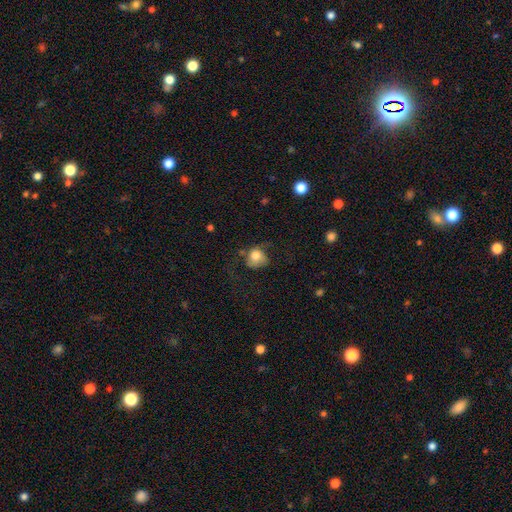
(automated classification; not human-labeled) A smooth galaxy with no disk features (72%) that is round (66%).

Vote fractions:
- Smooth or featured? smooth: 72% / featured or disk: 18% / star or artifact: 9%
- How rounded? round: 66% / in between: 33% / cigar-shaped: 1%
- Merging? none: 40% / major disturbance: 30% / minor disturbance: 27% / merger: 3%